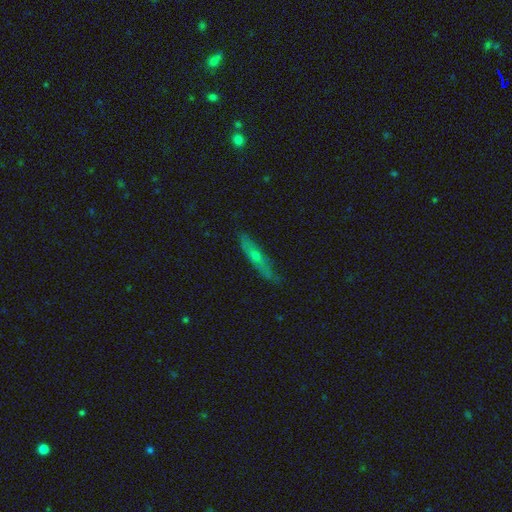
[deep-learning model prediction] Morphology: type=featured or disk (51%); edge-on=yes (79%); merging=none (76%).